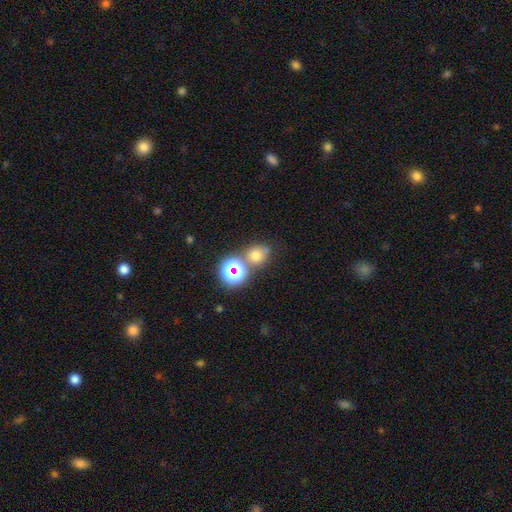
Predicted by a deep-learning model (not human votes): The model was most divided on "how rounded": round: 66%, in between: 33%, cigar-shaped: 1%. More confident: smooth or featured — smooth (66%); merging — none (58%).